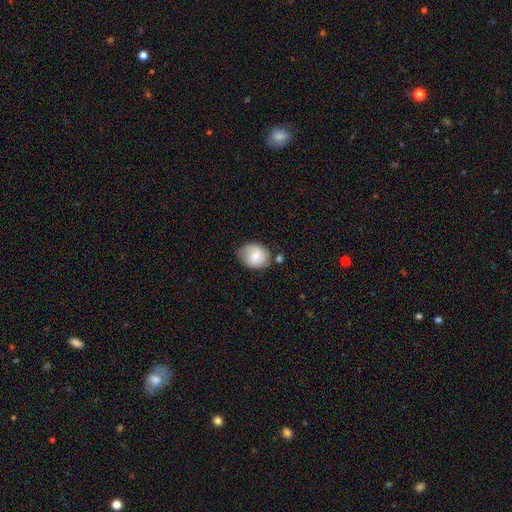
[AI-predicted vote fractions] smooth-or-featured: smooth: 58% | featured or disk: 35% | star or artifact: 7%
  how-rounded: round: 57% | in between: 43% | cigar-shaped: 1%
  merging: none: 61% | minor disturbance: 26% | merger: 7% | major disturbance: 6%